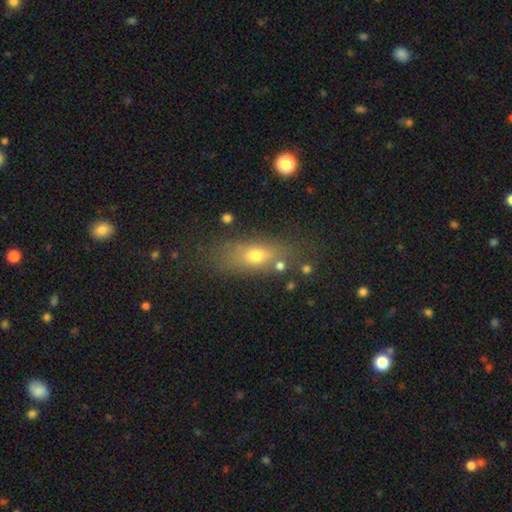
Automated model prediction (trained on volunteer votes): Morphology: type=smooth (65%); roundness=in between (67%); merging=none (72%).